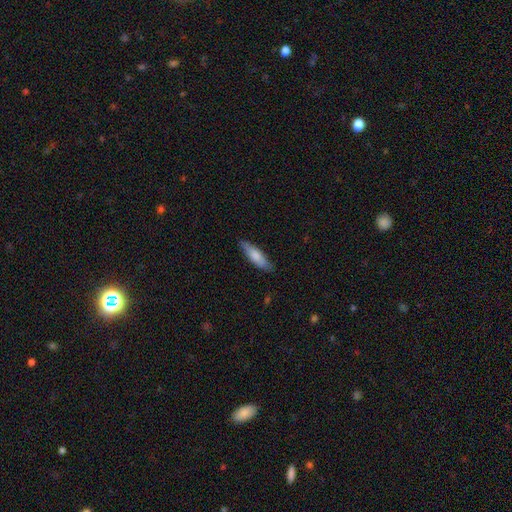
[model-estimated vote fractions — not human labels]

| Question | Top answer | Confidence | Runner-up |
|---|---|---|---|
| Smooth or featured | smooth | 72% | featured or disk (23%) |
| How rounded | cigar-shaped | 60% | in between (38%) |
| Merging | none | 82% | minor disturbance (14%) |